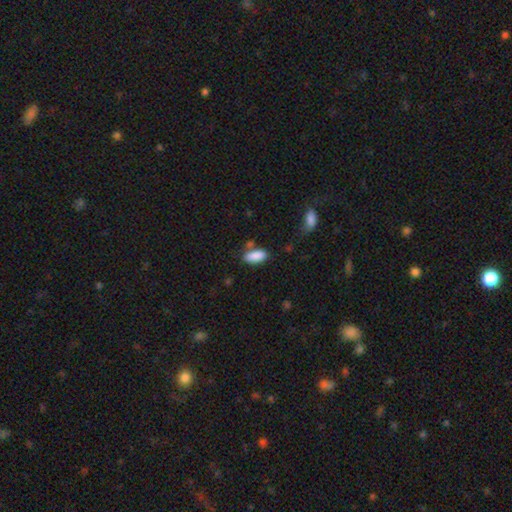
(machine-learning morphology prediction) A smooth galaxy with no disk features (88%) that is in between round and cigar-shaped (87%). Merging: none (71%).